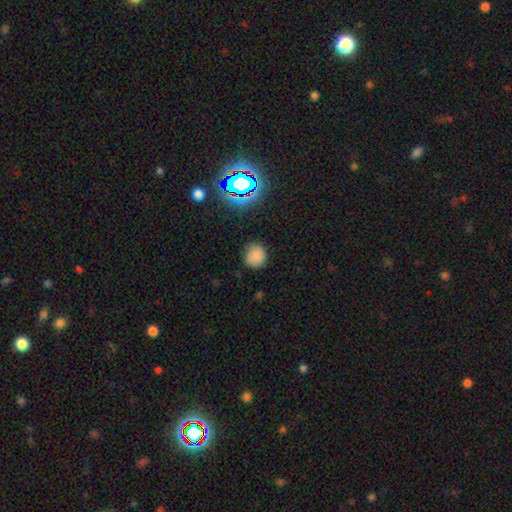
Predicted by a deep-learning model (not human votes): This appears to be a smooth galaxy with no disk features (79%) that is round (88%). Merging: none (82%).